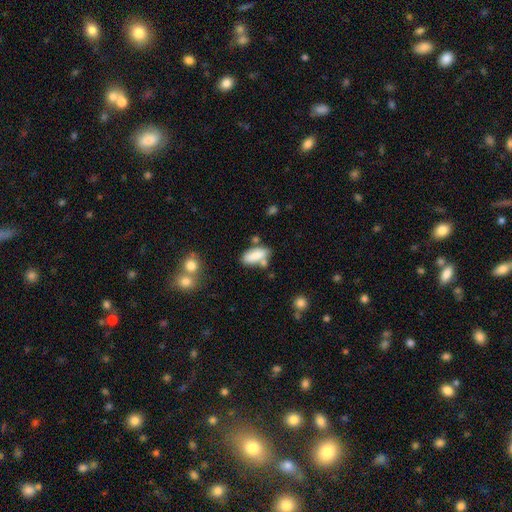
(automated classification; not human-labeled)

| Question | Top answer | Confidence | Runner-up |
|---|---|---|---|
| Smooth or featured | smooth | 82% | featured or disk (11%) |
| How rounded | in between | 76% | cigar-shaped (21%) |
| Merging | none | 57% | merger (19%) |